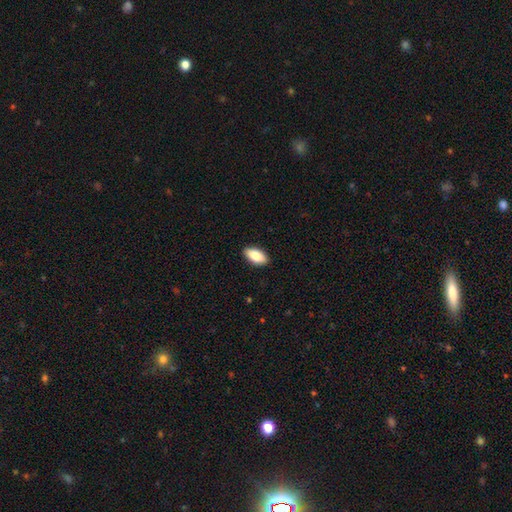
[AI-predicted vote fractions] A smooth galaxy with no disk features (83%) that is in between round and cigar-shaped (91%).

Vote fractions:
- Smooth or featured? smooth: 83% / featured or disk: 10% / star or artifact: 6%
- How rounded? in between: 91% / cigar-shaped: 6% / round: 3%
- Merging? none: 90% / minor disturbance: 7% / major disturbance: 2% / merger: 1%